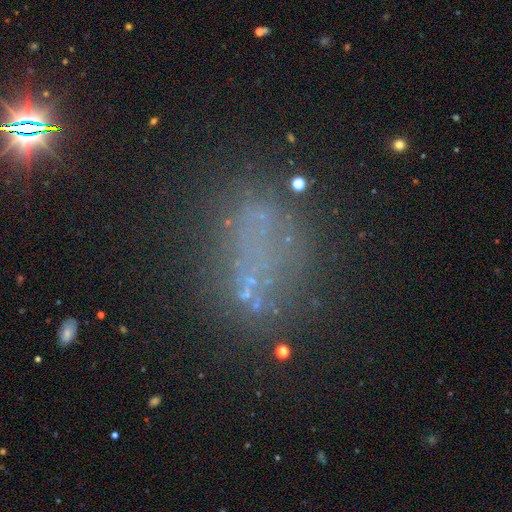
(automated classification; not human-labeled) A smooth galaxy with no disk features (35%).

Vote fractions:
- Smooth or featured? smooth: 35% / star or artifact: 33% / featured or disk: 32%
- Merging? none: 54% / major disturbance: 20% / minor disturbance: 18% / merger: 7%